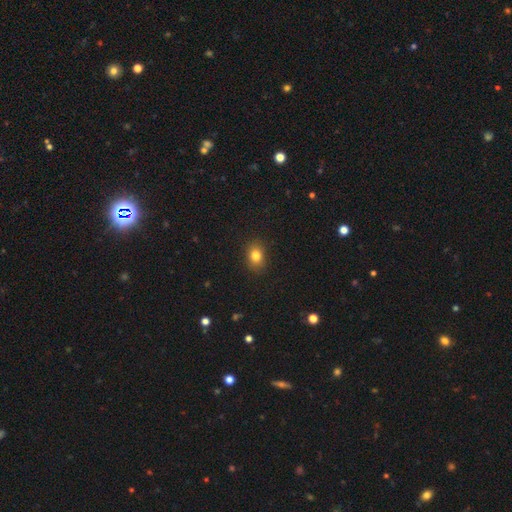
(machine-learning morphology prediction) smooth_or_featured: smooth (p=0.81) [alt: star or artifact p=0.12]
how_rounded: in between (p=0.56) [alt: round p=0.43]
merging: none (p=0.87) [alt: minor disturbance p=0.10]